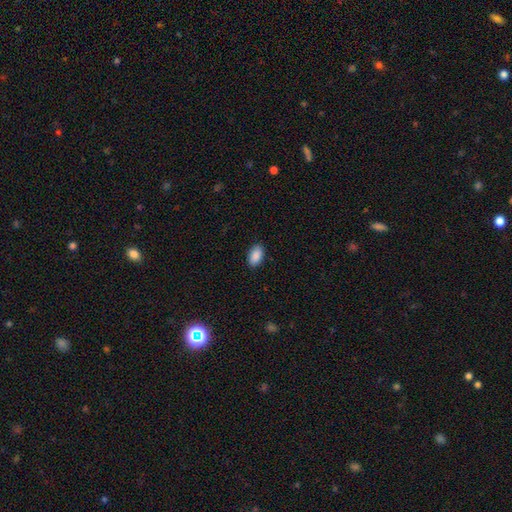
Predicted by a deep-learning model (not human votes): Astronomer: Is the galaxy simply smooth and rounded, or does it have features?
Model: smooth — 90%.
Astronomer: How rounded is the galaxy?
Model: in between — 94%.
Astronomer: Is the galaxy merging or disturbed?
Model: none — 89%.